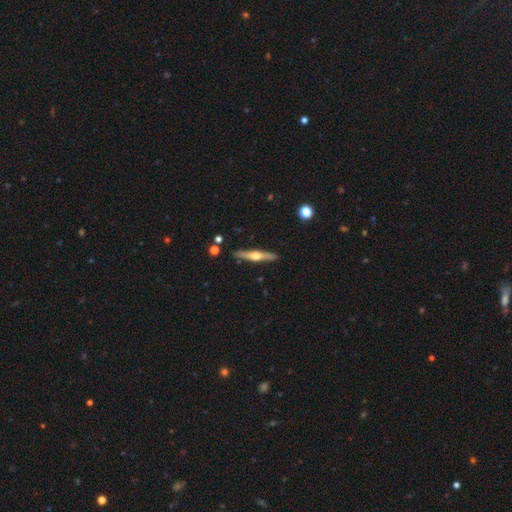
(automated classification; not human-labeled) smooth-or-featured: featured or disk: 65% | smooth: 29% | star or artifact: 6%
  disk-edge-on: yes: 97% | no: 3%
    edge-on-bulge: rounded: 93% | none: 4% | boxy: 3%
  merging: none: 90% | minor disturbance: 7% | merger: 2% | major disturbance: 1%